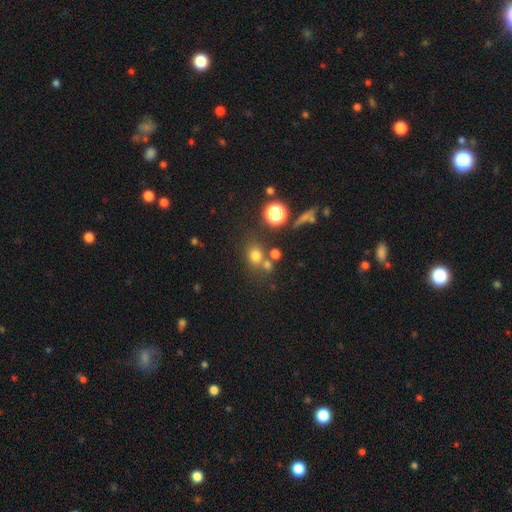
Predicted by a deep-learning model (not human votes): Morphology: type=smooth (70%); roundness=round (68%); merging=none (63%).